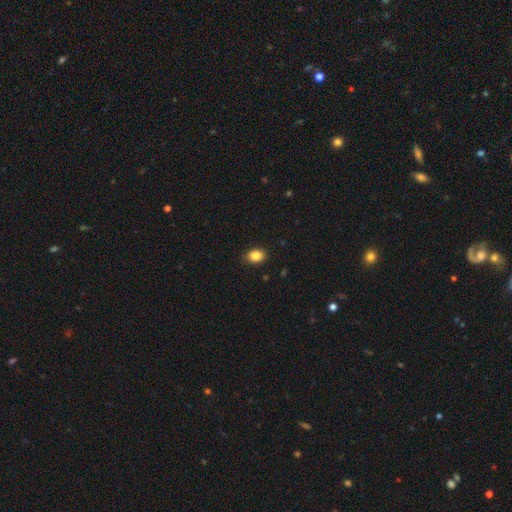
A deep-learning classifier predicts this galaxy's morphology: smooth-or-featured: smooth: 87% | star or artifact: 9% | featured or disk: 4%
  how-rounded: in between: 71% | round: 28% | cigar-shaped: 1%
  merging: none: 85% | minor disturbance: 11% | major disturbance: 2% | merger: 1%